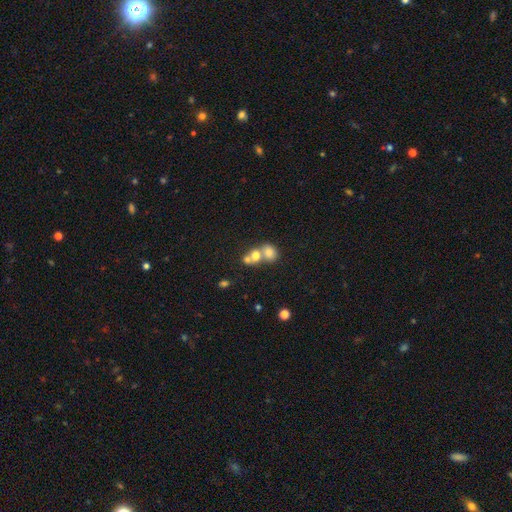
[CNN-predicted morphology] smooth 69%, featured or disk 20%, star or artifact 11%. Down the decision tree: how rounded — round (61%); merging — merger (69%).